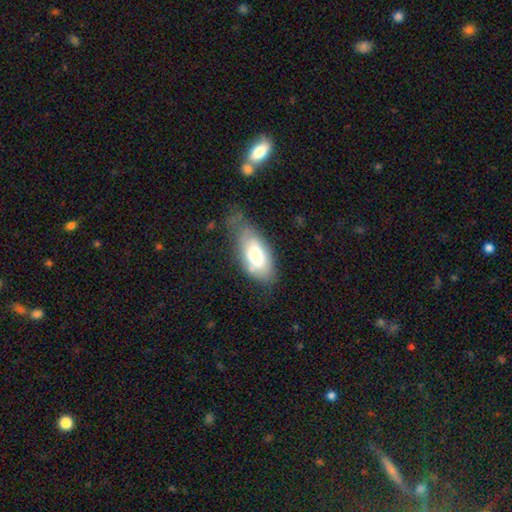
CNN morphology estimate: A smooth galaxy with no disk features (65%) that is in between round and cigar-shaped (89%).

Vote fractions:
- Smooth or featured? smooth: 65% / featured or disk: 28% / star or artifact: 7%
- How rounded? in between: 89% / cigar-shaped: 8% / round: 4%
- Merging? none: 39% / minor disturbance: 35% / major disturbance: 20% / merger: 6%